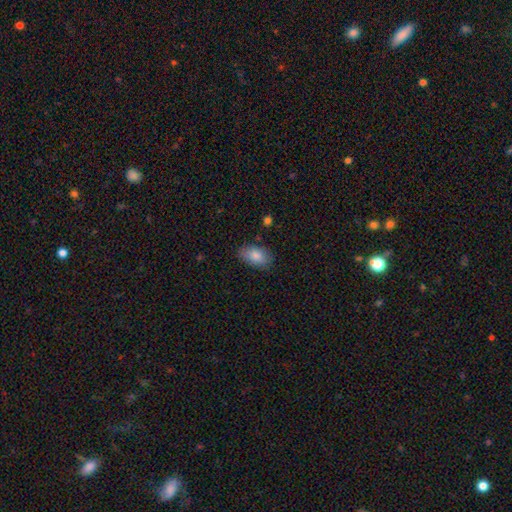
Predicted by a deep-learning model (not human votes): Q: Smooth or featured?
A: smooth (84%); runner-up: featured or disk (9%)
Q: How rounded?
A: in between (91%); runner-up: round (7%)
Q: Merging?
A: none (77%); runner-up: minor disturbance (17%)